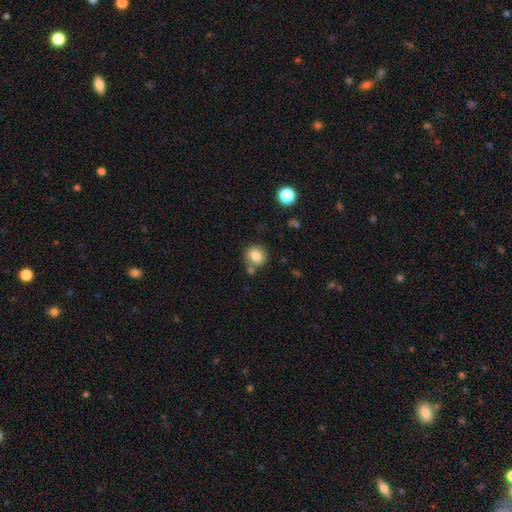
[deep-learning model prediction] This appears to be a smooth galaxy with no disk features (82%) that is round (84%). Merging: none (73%).